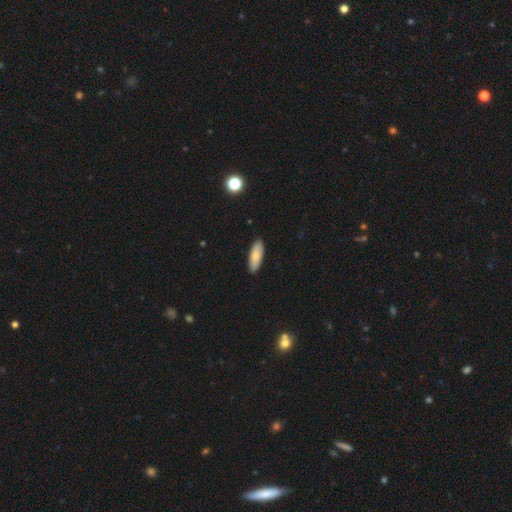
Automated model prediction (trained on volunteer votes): Smooth or featured?
  - smooth: 82% *
  - featured or disk: 12%
  - star or artifact: 6%
How rounded?
  - in between: 67% *
  - cigar-shaped: 31%
  - round: 2%
Merging?
  - none: 89% *
  - minor disturbance: 8%
  - major disturbance: 1%
  - merger: 1%